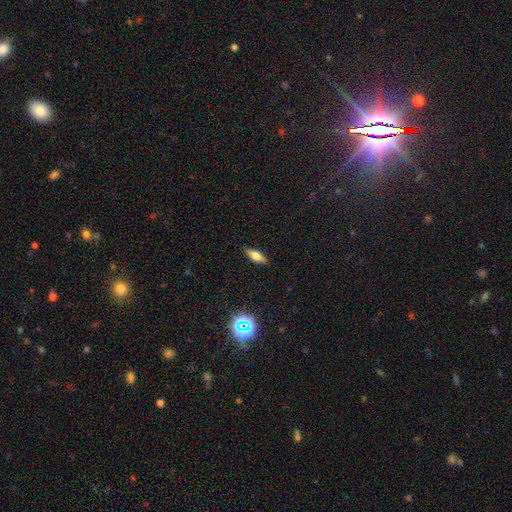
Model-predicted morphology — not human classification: Smooth or featured? smooth (61%)
How rounded? in between (64%)
Merging? none (89%)